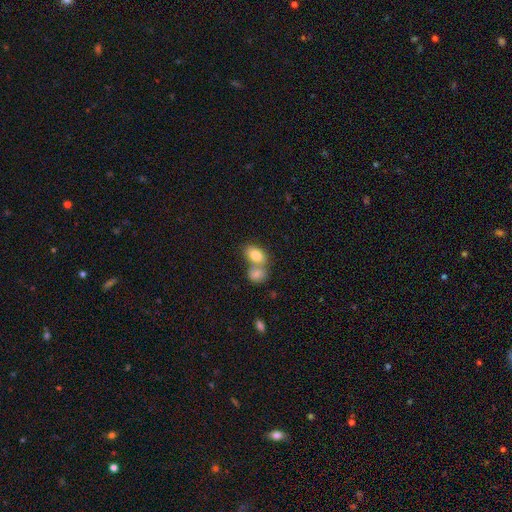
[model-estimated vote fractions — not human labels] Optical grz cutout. It shows a smooth galaxy with no disk features (80%) that is in between round and cigar-shaped (84%). Merging: merger (57%).